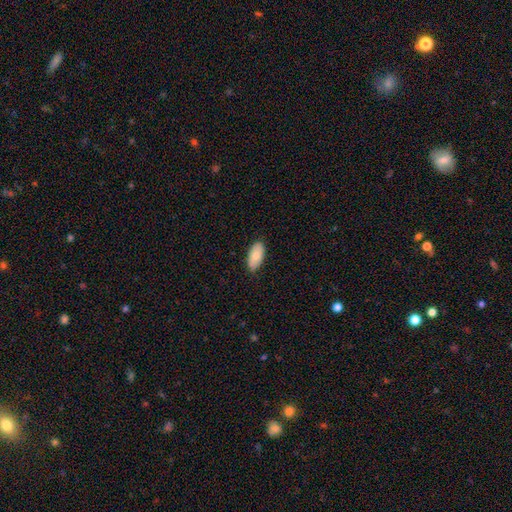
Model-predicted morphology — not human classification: smooth 76%, featured or disk 18%, star or artifact 6%. Down the decision tree: how rounded — in between (93%); merging — none (85%).